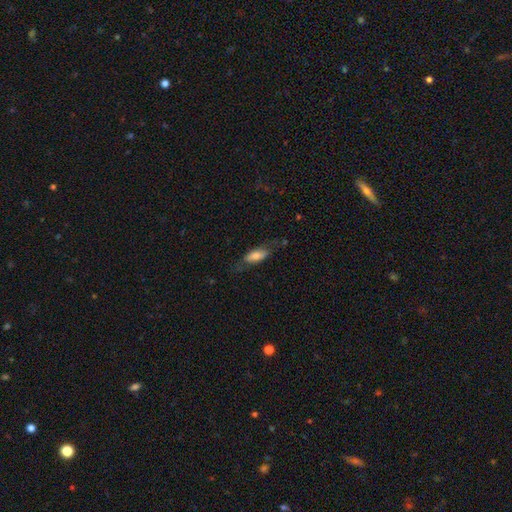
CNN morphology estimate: A smooth galaxy with no disk features (65%) that is in between round and cigar-shaped (72%).

Vote fractions:
- Smooth or featured? smooth: 65% / featured or disk: 28% / star or artifact: 7%
- How rounded? in between: 72% / cigar-shaped: 25% / round: 3%
- Merging? none: 63% / minor disturbance: 23% / major disturbance: 13% / merger: 2%